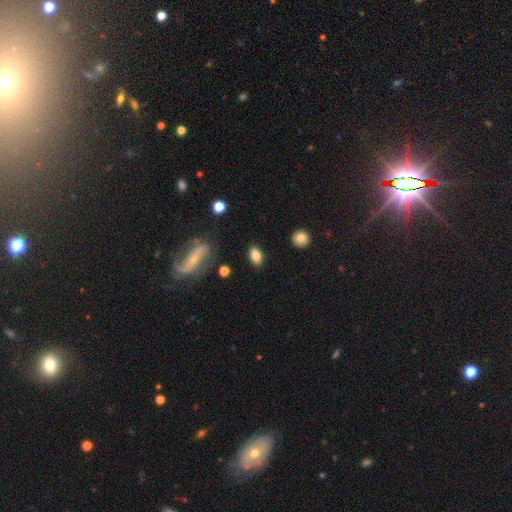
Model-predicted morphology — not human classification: smooth 79%, featured or disk 13%, star or artifact 8%. Down the decision tree: how rounded — in between (88%); merging — none (85%).